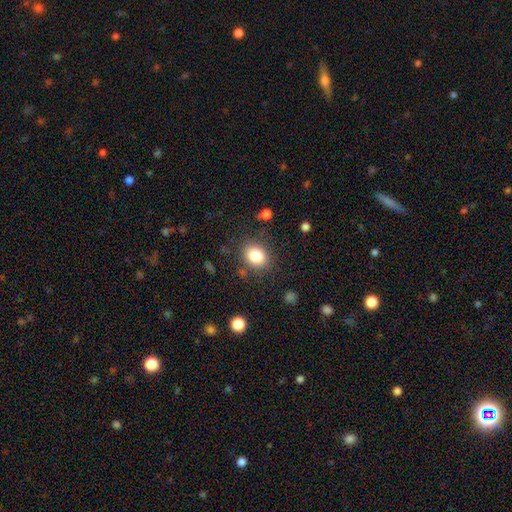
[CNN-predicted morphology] This appears to be a smooth galaxy with no disk features (83%) that is round (57%). Merging: none (81%).